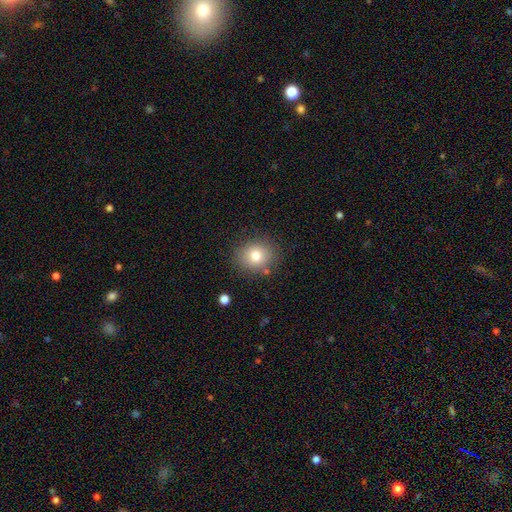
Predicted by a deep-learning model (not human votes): This is likely a smooth galaxy (79%). How rounded: likely round (75%). Merging: clearly none (83%).